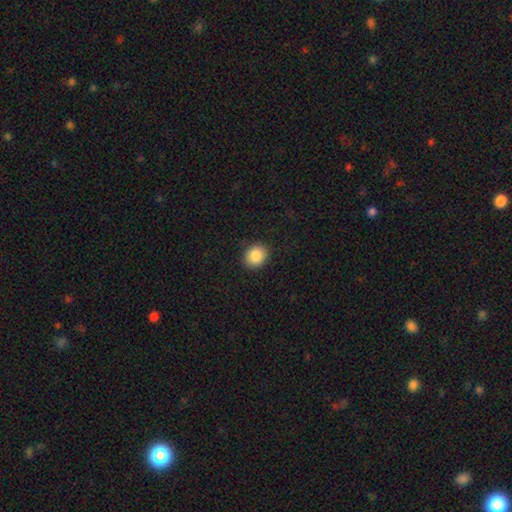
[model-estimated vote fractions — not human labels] A smooth galaxy with no disk features (87%) that is round (72%). Merging: none (90%).